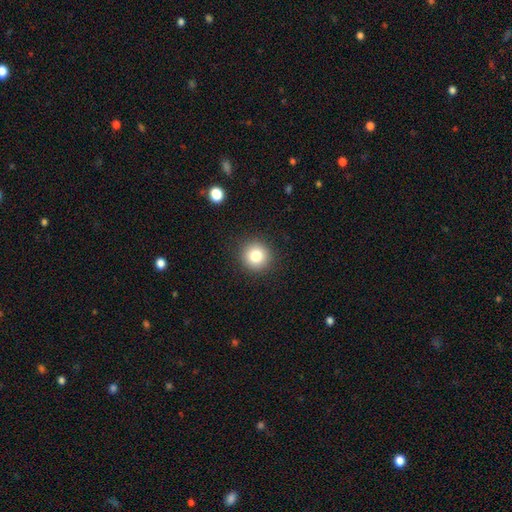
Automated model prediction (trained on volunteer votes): The model was most divided on "smooth or featured": smooth: 81%, star or artifact: 11%, featured or disk: 8%. More confident: how rounded — round (94%); merging — none (91%).